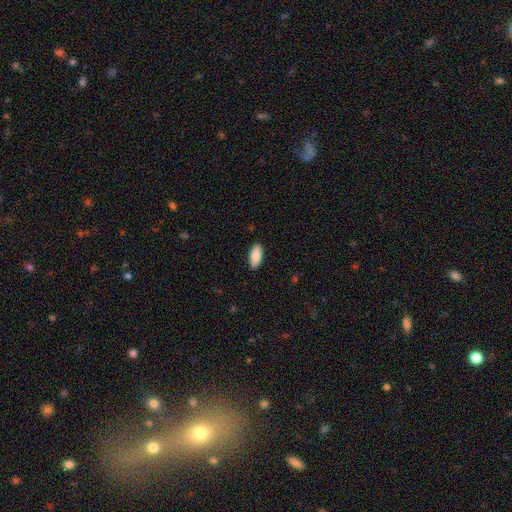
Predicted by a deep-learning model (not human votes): This appears to be a smooth galaxy with no disk features (86%) that is in between round and cigar-shaped (88%). Merging: none (88%).